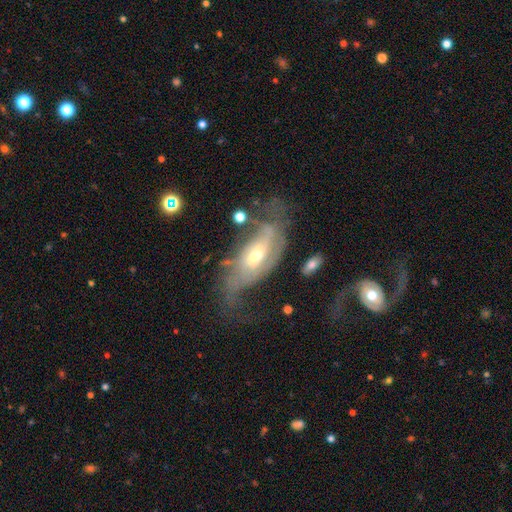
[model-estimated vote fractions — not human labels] This appears to be a featured or disk galaxy (73%) with no bar (46%), 2 (46%) medium (39%) spiral arms (78%) and a moderate central bulge (55%). Merging: major disturbance (38%).